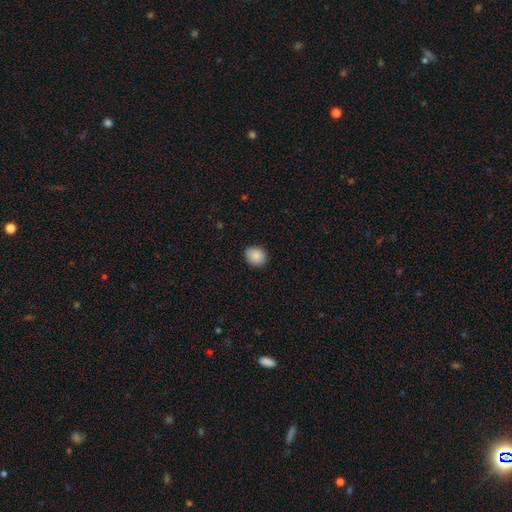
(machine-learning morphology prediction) Smooth or featured: smooth — 89% (star or artifact — 8%)
How rounded: round — 67% (in between — 32%)
Merging: none — 88% (minor disturbance — 9%)